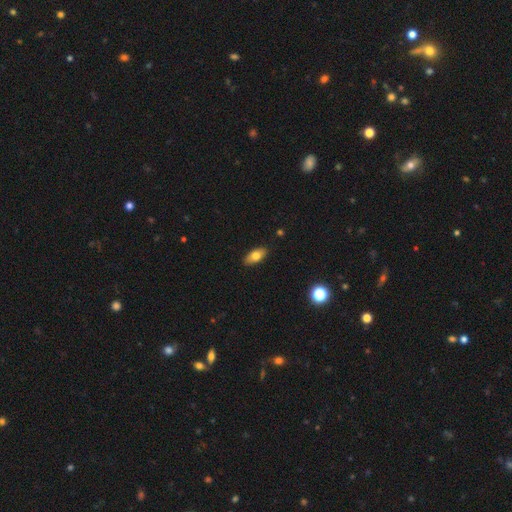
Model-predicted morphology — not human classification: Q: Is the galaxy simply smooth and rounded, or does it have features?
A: smooth — 74%.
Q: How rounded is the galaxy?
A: in between — 87%.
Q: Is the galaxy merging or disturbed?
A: none — 89%.